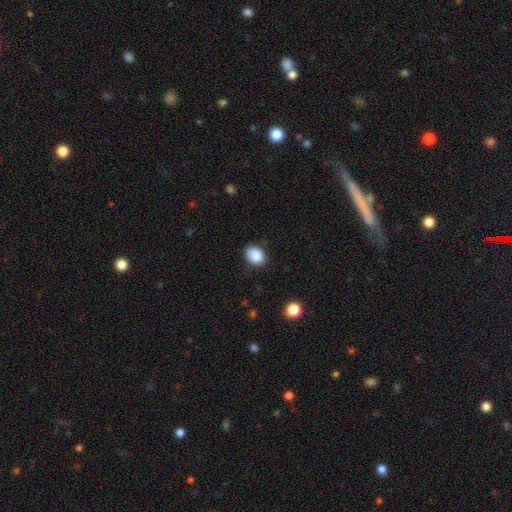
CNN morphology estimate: Smooth or featured? Predicted: smooth (p=0.88). How rounded? Predicted: in between (p=0.59). Merging? Predicted: none (p=0.82).